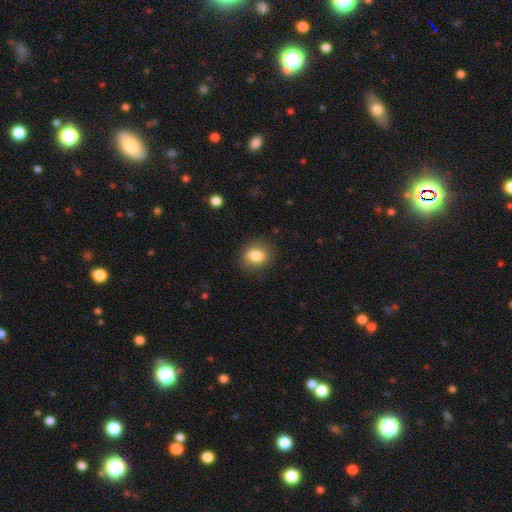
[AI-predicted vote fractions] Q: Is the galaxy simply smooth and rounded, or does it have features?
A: smooth — 84%.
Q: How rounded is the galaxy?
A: round — 53%.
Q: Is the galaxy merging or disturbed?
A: none — 85%.